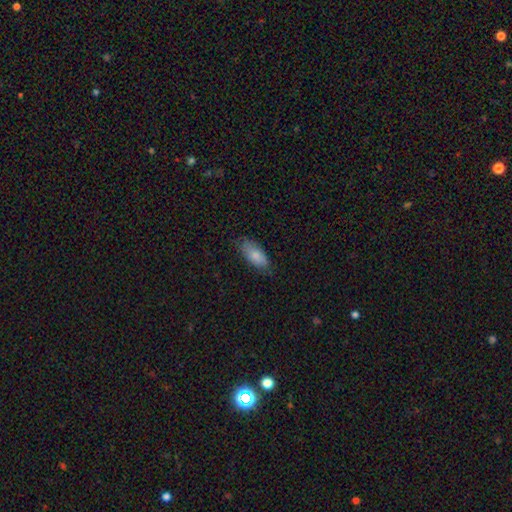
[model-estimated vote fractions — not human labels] smooth-or-featured: smooth: 82% | featured or disk: 12% | star or artifact: 6%
  how-rounded: in between: 87% | cigar-shaped: 11% | round: 2%
  merging: none: 73% | minor disturbance: 21% | major disturbance: 4% | merger: 1%